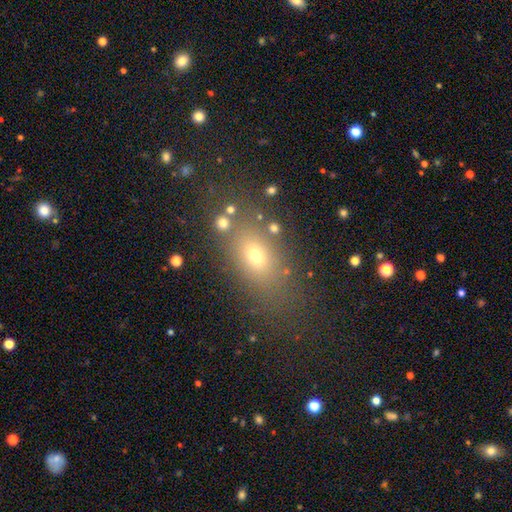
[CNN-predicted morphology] smooth 66%, star or artifact 18%, featured or disk 16%. Down the decision tree: how rounded — in between (76%); merging — none (74%).